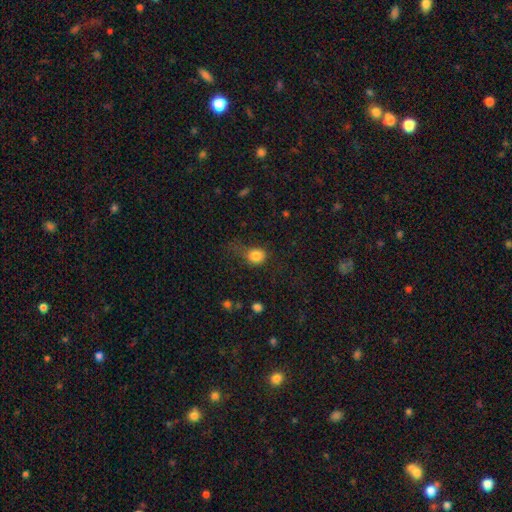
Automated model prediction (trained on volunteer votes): smooth-or-featured: smooth: 82% | star or artifact: 10% | featured or disk: 7%
  how-rounded: round: 72% | in between: 26% | cigar-shaped: 1%
  merging: none: 44% | minor disturbance: 27% | major disturbance: 25% | merger: 3%